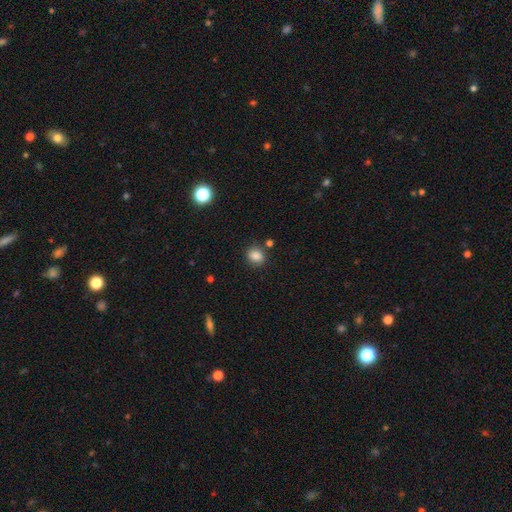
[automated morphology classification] This is clearly a smooth galaxy (85%). How rounded: likely round (73%). Merging: clearly none (82%).